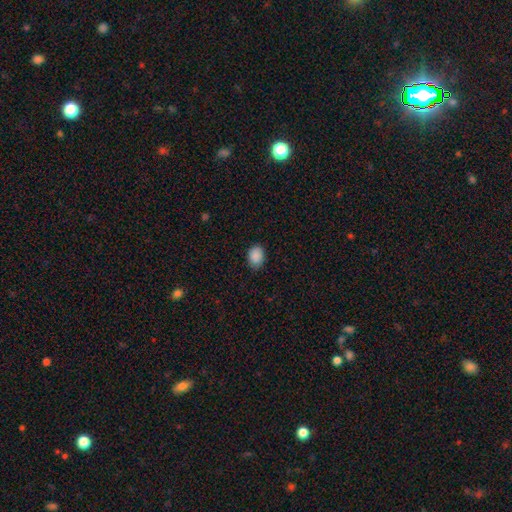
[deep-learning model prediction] smooth 90%, star or artifact 8%, featured or disk 3%. Down the decision tree: how rounded — in between (74%); merging — none (84%).